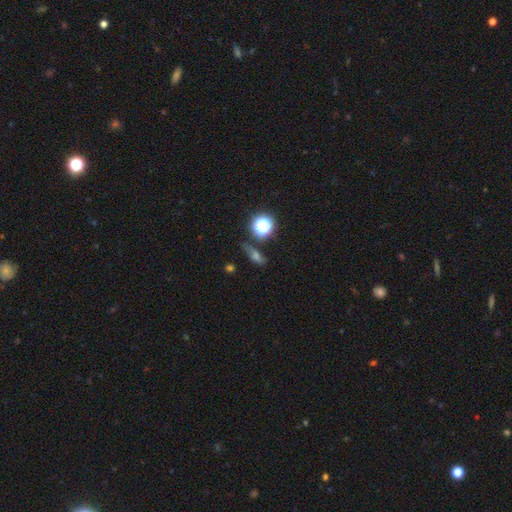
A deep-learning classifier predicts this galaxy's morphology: The model was most divided on "smooth or featured": star or artifact: 37%, smooth: 36%, featured or disk: 27%.